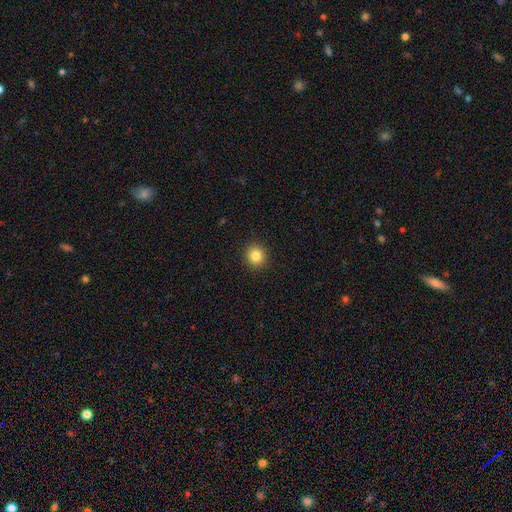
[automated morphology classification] Smooth or featured? smooth (84%)
How rounded? round (90%)
Merging? none (93%)